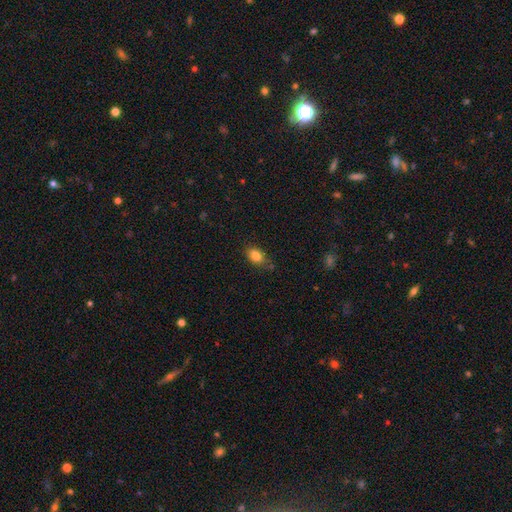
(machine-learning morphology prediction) The model was most divided on "merging": none: 73%, minor disturbance: 20%, major disturbance: 4%, merger: 3%. More confident: smooth or featured — smooth (84%); how rounded — in between (81%).